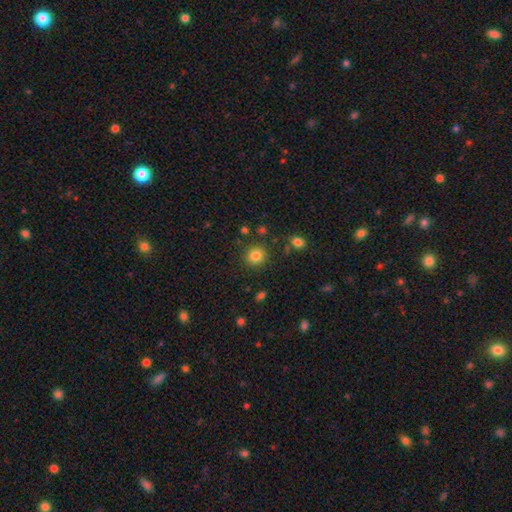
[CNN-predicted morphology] smooth_or_featured: smooth (p=0.83) [alt: star or artifact p=0.11]
how_rounded: round (p=0.86) [alt: in between p=0.14]
merging: none (p=0.85) [alt: minor disturbance p=0.09]